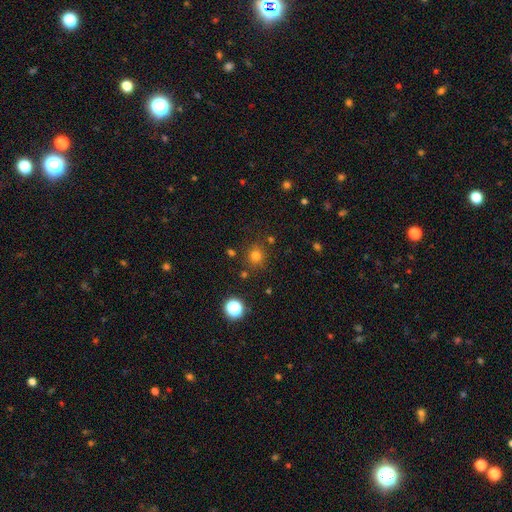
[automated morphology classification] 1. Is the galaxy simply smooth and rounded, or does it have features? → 76% smooth, 19% star or artifact, 6% featured or disk.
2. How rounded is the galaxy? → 89% round, 10% in between, 1% cigar-shaped.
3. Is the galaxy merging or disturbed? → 83% none, 9% minor disturbance, 5% merger, 3% major disturbance.